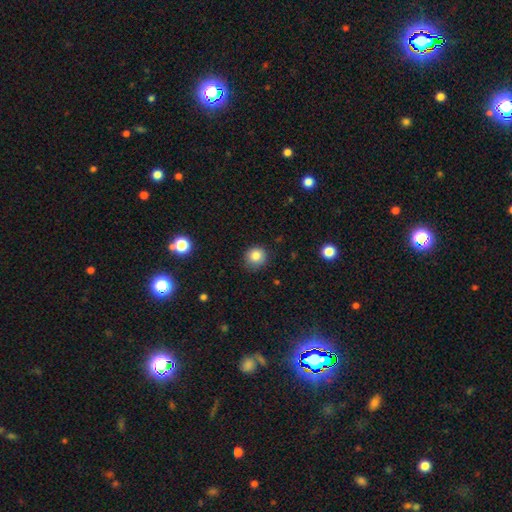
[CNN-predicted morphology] Smooth or featured? Predicted: smooth (p=0.84). How rounded? Predicted: round (p=0.90). Merging? Predicted: none (p=0.83).